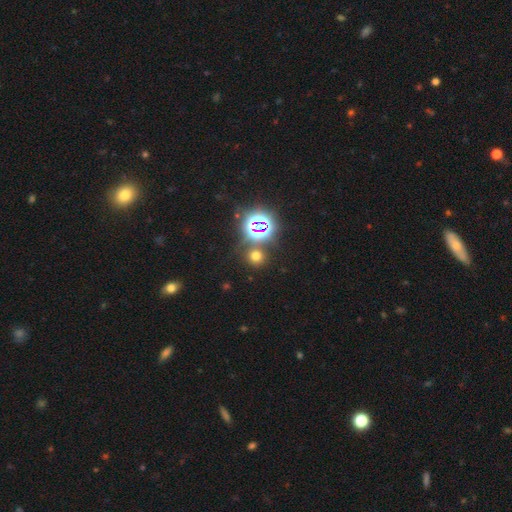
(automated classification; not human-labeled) Q: Smooth or featured?
A: smooth (57%); runner-up: star or artifact (36%)
Q: How rounded?
A: round (87%); runner-up: in between (12%)
Q: Merging?
A: none (80%); runner-up: merger (9%)